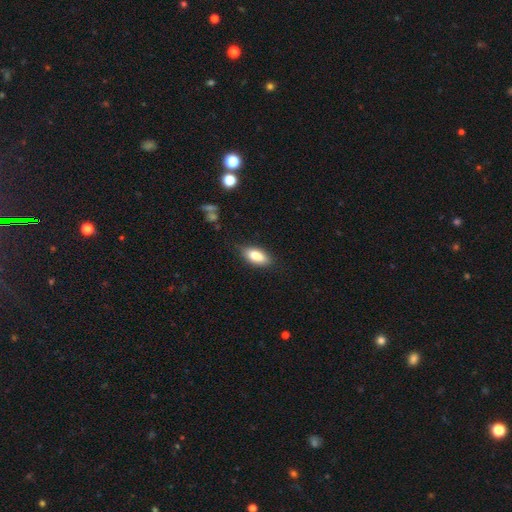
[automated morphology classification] This appears to be a smooth galaxy with no disk features (84%) that is in between round and cigar-shaped (86%). Merging: none (79%).